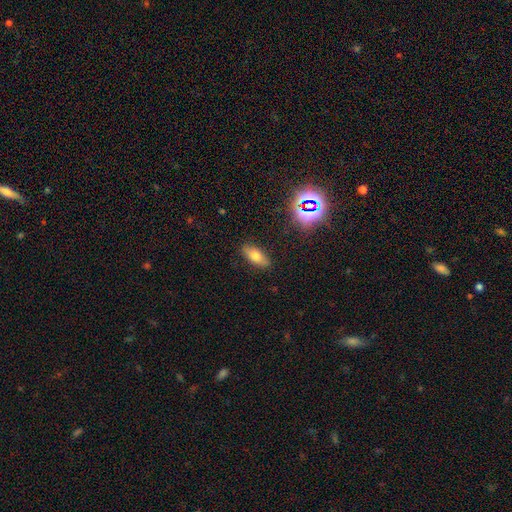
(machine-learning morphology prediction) This is likely a smooth galaxy (68%). How rounded: likely in between (78%). Merging: clearly none (88%).